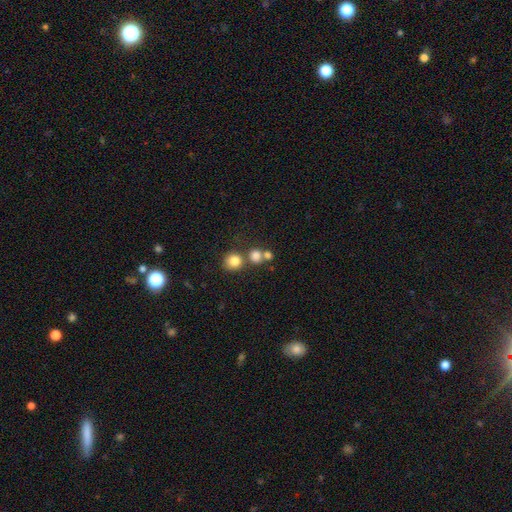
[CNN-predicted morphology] smooth-or-featured: smooth: 77% | star or artifact: 14% | featured or disk: 8%
  how-rounded: round: 81% | in between: 18% | cigar-shaped: 1%
  merging: none: 53% | merger: 35% | minor disturbance: 8% | major disturbance: 4%